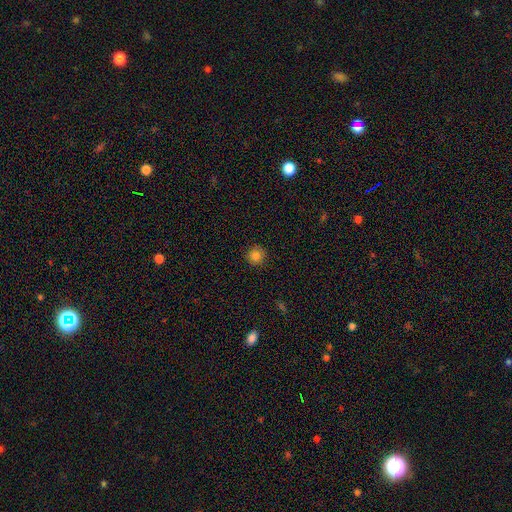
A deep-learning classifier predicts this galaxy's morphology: The model was most divided on "smooth or featured": smooth: 83%, star or artifact: 12%, featured or disk: 5%. More confident: how rounded — round (95%); merging — none (90%).